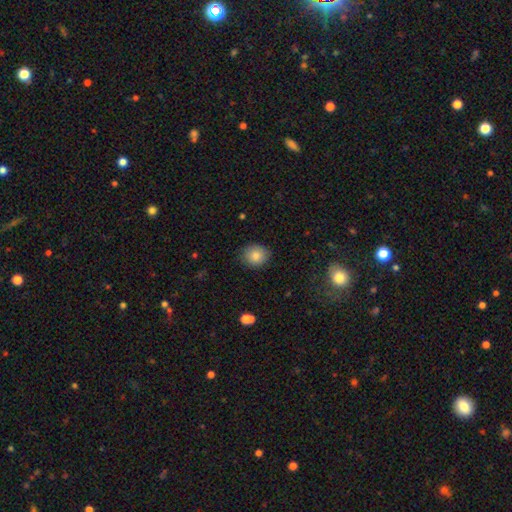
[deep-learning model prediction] Overall: smooth (84%). How rounded: round (73%). Merging: none (84%).